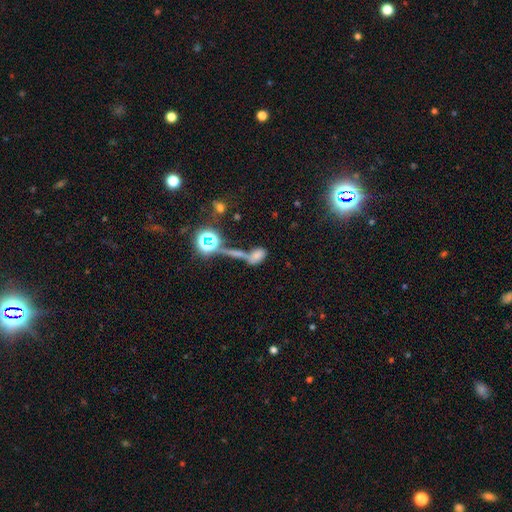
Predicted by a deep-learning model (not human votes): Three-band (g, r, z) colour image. It shows a smooth galaxy with no disk features (64%) that is in between round and cigar-shaped (76%). Merging: merger (51%).